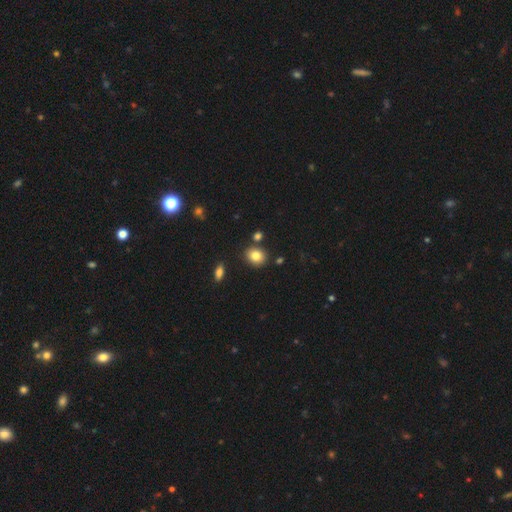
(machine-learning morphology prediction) Smooth or featured?
  - smooth: 82% *
  - star or artifact: 10%
  - featured or disk: 8%
How rounded?
  - round: 57% *
  - in between: 42%
  - cigar-shaped: 1%
Merging?
  - none: 81% *
  - minor disturbance: 9%
  - merger: 7%
  - major disturbance: 2%